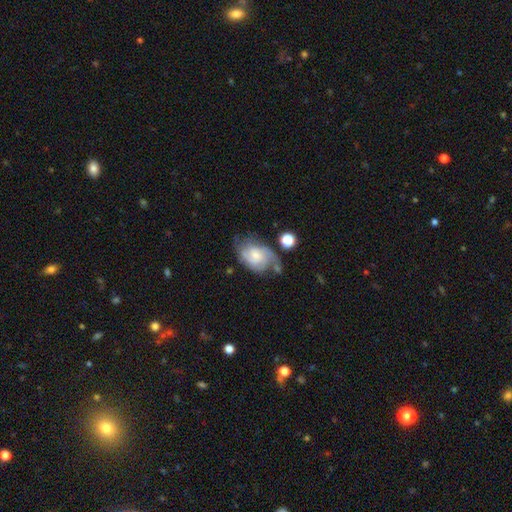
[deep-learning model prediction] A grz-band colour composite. It shows a featured or disk galaxy (74%) with no bar (65%), 2 (34%) tight (47%) spiral arms (92%) and a small central bulge (55%). Merging: none (48%).